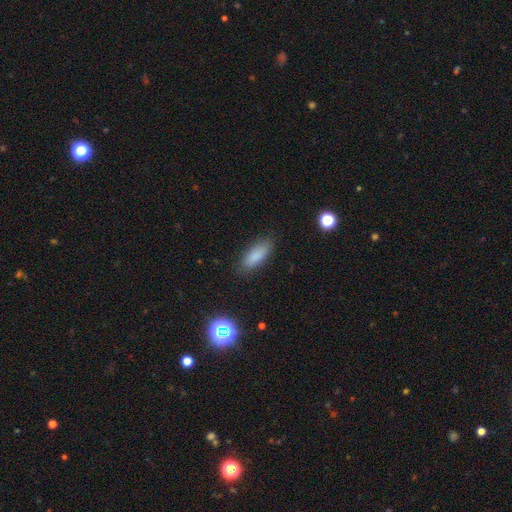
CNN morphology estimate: Smooth or featured? smooth (85%)
How rounded? in between (72%)
Merging? none (85%)